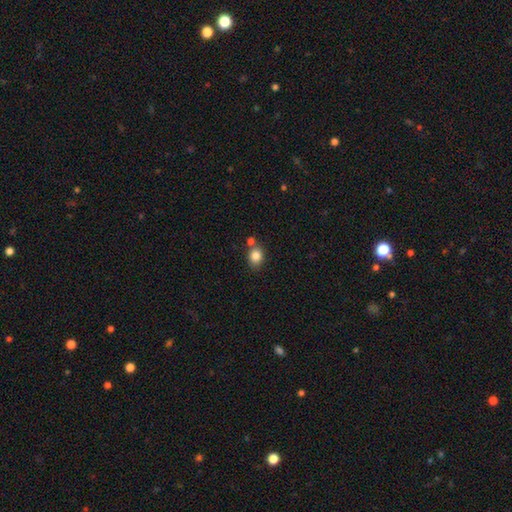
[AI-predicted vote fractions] The model was most divided on "how rounded": in between: 50%, round: 49%, cigar-shaped: 1%. More confident: smooth or featured — smooth (83%); merging — none (65%).